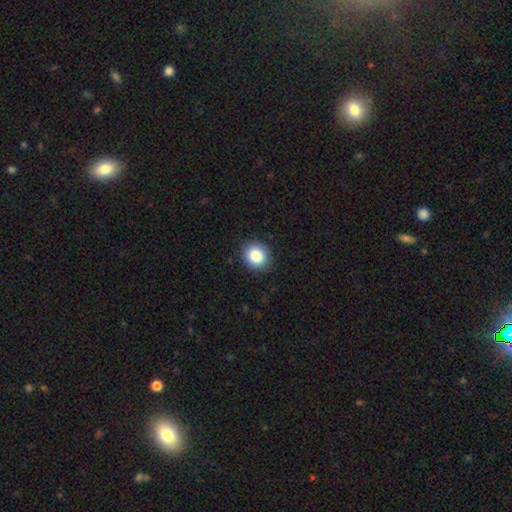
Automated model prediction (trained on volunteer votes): Q: Smooth or featured?
A: smooth (85%); runner-up: star or artifact (9%)
Q: How rounded?
A: round (79%); runner-up: in between (20%)
Q: Merging?
A: none (89%); runner-up: minor disturbance (8%)